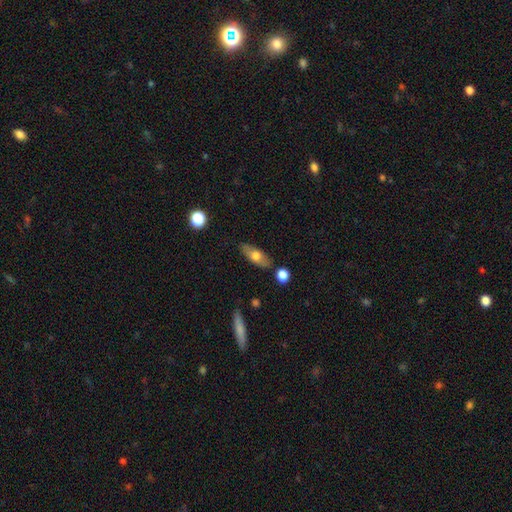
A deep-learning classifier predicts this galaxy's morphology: Smooth or featured?
  - smooth: 64% *
  - featured or disk: 30%
  - star or artifact: 6%
How rounded?
  - in between: 74% *
  - cigar-shaped: 22%
  - round: 4%
Merging?
  - none: 80% *
  - minor disturbance: 13%
  - merger: 4%
  - major disturbance: 3%